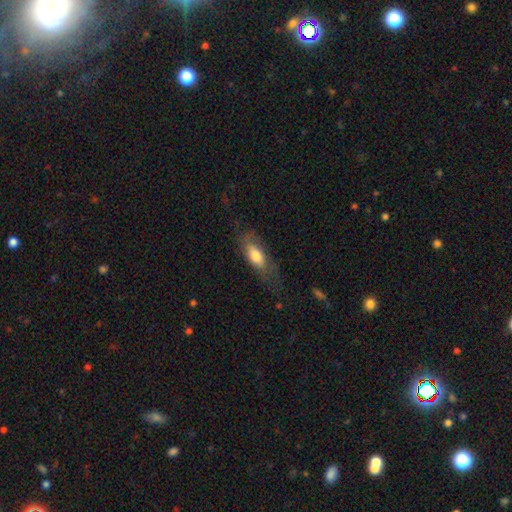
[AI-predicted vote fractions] Smooth or featured? Predicted: smooth (p=0.69). How rounded? Predicted: in between (p=0.77). Merging? Predicted: none (p=0.56).